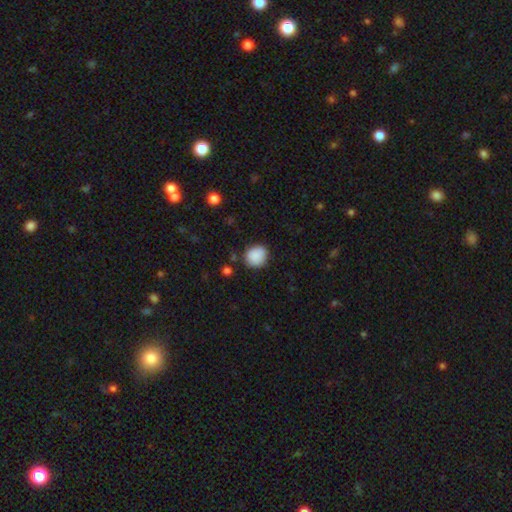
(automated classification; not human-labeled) smooth-or-featured: smooth: 88% | star or artifact: 8% | featured or disk: 4%
  how-rounded: round: 79% | in between: 20% | cigar-shaped: 1%
  merging: none: 81% | minor disturbance: 13% | major disturbance: 3% | merger: 2%